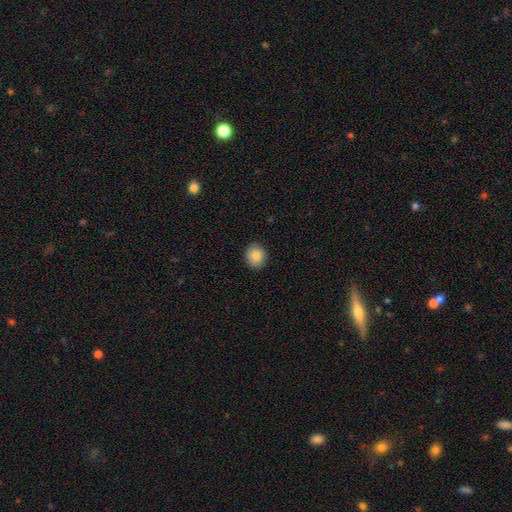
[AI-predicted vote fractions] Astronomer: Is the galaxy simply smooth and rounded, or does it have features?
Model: smooth — 87%.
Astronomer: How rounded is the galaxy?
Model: round — 71%.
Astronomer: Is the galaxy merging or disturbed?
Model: none — 90%.